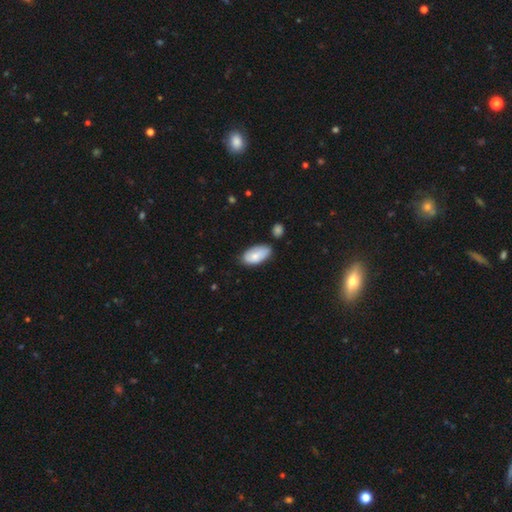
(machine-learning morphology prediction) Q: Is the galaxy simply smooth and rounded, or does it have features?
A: smooth — 77%.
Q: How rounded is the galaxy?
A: in between — 94%.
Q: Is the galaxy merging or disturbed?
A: none — 64%.